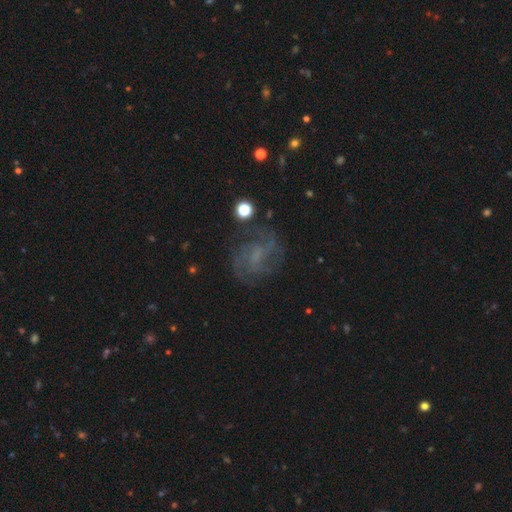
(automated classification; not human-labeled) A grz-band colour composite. It shows a featured or disk galaxy (69%) with no bar (46%), medium (46%) spiral arms (88%) and no central bulge (45%). Merging: none (70%).